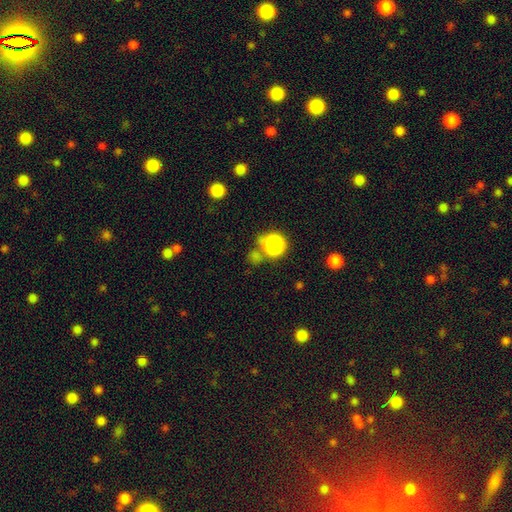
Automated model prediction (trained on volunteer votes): Smooth or featured?
  - smooth: 59% *
  - star or artifact: 34%
  - featured or disk: 8%
How rounded?
  - round: 83% *
  - in between: 15%
  - cigar-shaped: 1%
Merging?
  - none: 64% *
  - merger: 16%
  - minor disturbance: 12%
  - major disturbance: 7%